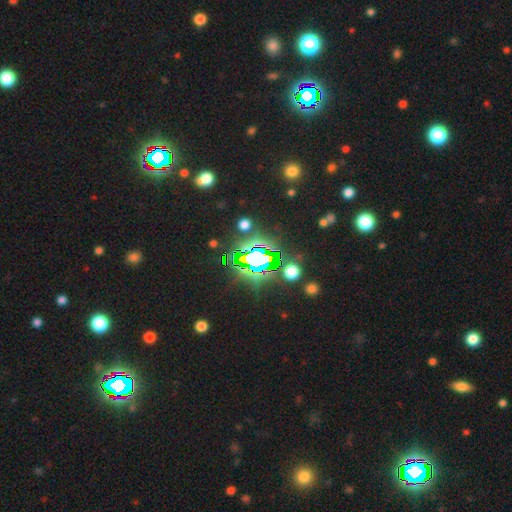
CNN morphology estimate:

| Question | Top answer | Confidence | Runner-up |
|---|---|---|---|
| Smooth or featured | star or artifact | 81% | smooth (11%) |